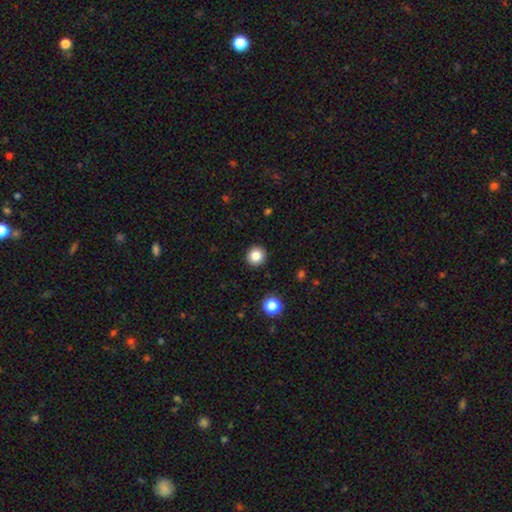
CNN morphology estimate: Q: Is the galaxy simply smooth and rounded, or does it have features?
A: smooth — 84%.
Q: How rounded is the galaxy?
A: round — 93%.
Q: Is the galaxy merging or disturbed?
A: none — 92%.